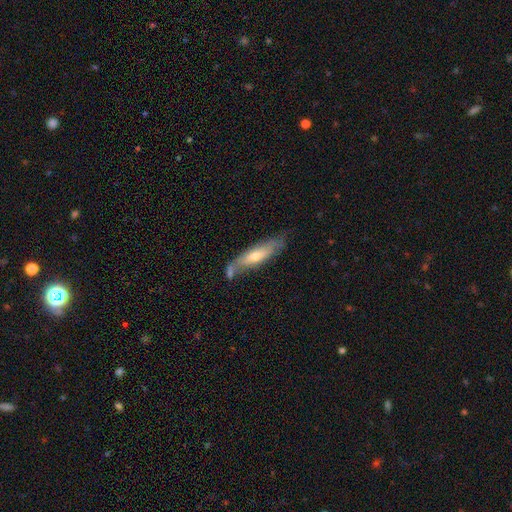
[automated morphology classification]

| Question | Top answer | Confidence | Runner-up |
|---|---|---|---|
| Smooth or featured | featured or disk | 48% | smooth (46%) |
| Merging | none | 60% | minor disturbance (22%) |